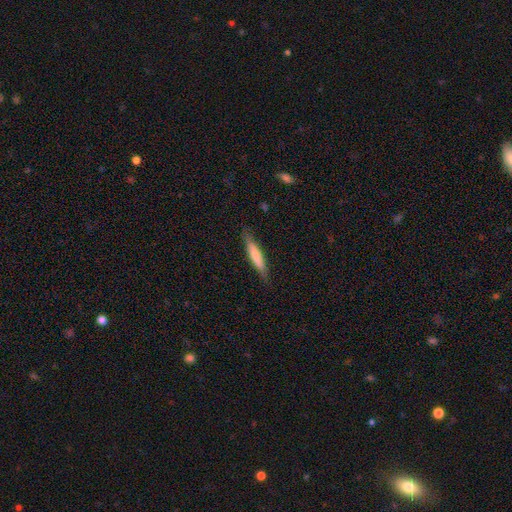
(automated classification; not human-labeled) Smooth or featured: smooth — 65% (featured or disk — 29%)
How rounded: cigar-shaped — 89% (in between — 10%)
Merging: none — 84% (minor disturbance — 12%)